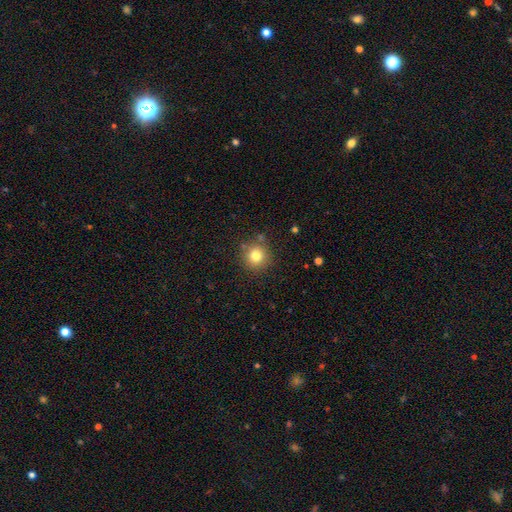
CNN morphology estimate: This is likely a smooth galaxy (80%). How rounded: clearly round (92%). Merging: clearly none (84%).